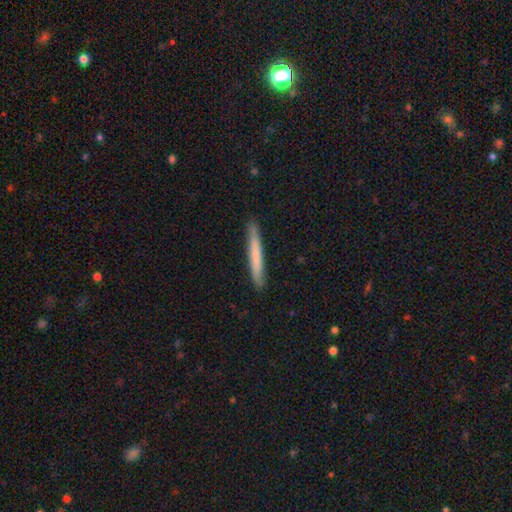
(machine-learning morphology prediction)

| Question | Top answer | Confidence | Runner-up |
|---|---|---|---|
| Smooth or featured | smooth | 68% | featured or disk (26%) |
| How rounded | cigar-shaped | 96% | in between (2%) |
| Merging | none | 88% | minor disturbance (9%) |